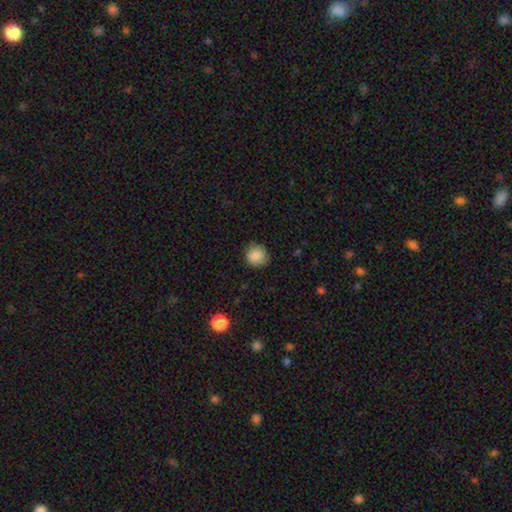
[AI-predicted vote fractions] A smooth galaxy with no disk features (88%) that is round (90%). Merging: none (85%).